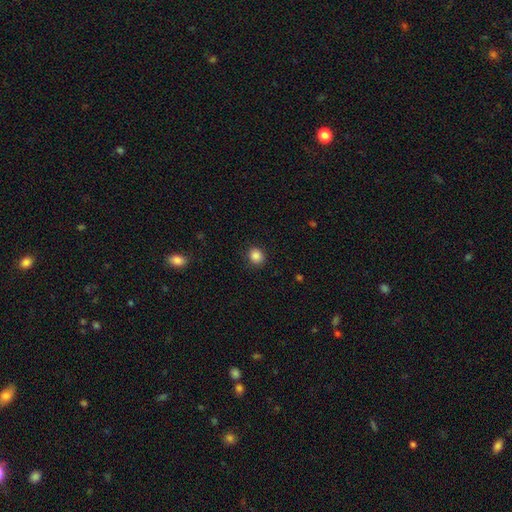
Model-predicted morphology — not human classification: Smooth or featured: smooth — 86% (star or artifact — 10%)
How rounded: round — 78% (in between — 21%)
Merging: none — 87% (minor disturbance — 9%)